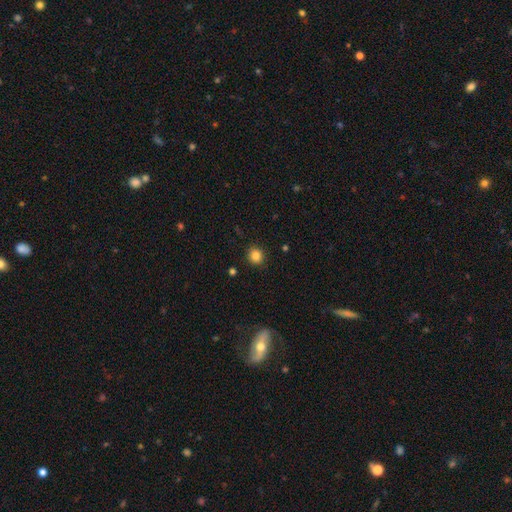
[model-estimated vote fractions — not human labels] A smooth galaxy with no disk features (84%) that is round (87%). Merging: none (91%).